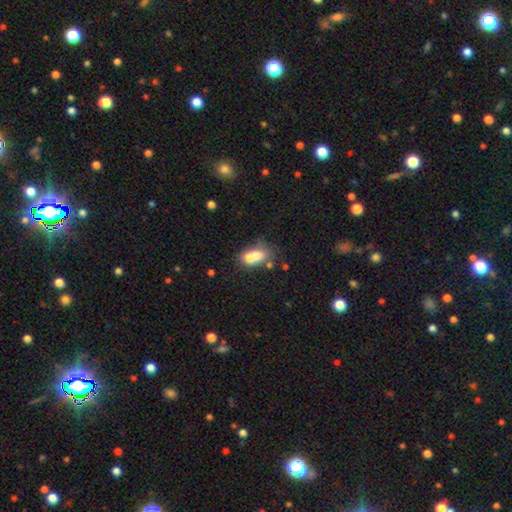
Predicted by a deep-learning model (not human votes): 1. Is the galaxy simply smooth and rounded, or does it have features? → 66% smooth, 24% featured or disk, 10% star or artifact.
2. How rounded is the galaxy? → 69% in between, 28% round, 3% cigar-shaped.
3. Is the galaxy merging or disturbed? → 62% merger, 24% none, 9% minor disturbance, 6% major disturbance.